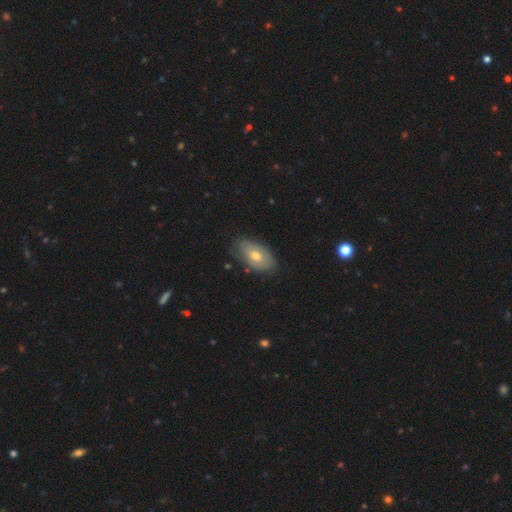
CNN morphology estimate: Smooth or featured: smooth — 50% (featured or disk — 42%)
How rounded: in between — 92% (round — 6%)
Merging: none — 75% (minor disturbance — 19%)